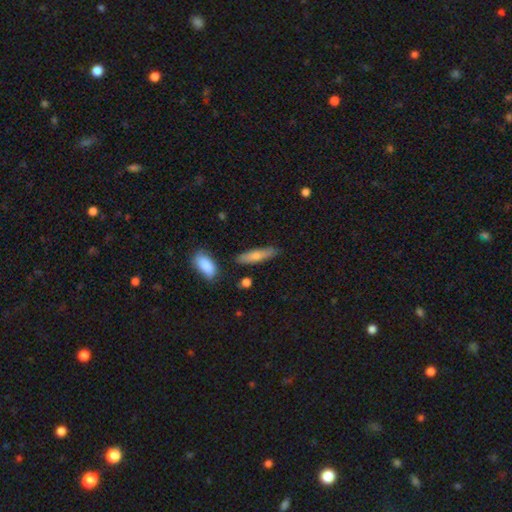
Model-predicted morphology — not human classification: Overall: smooth (72%). How rounded: cigar-shaped (70%). Merging: none (78%).